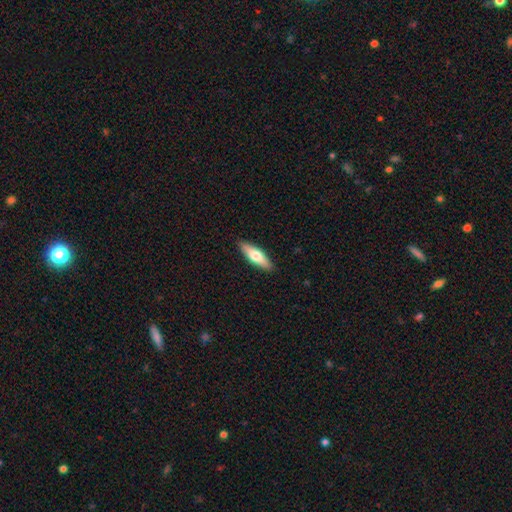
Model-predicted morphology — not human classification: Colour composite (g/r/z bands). It shows a smooth galaxy with no disk features (57%) that is cigar-shaped (58%). Merging: none (90%).